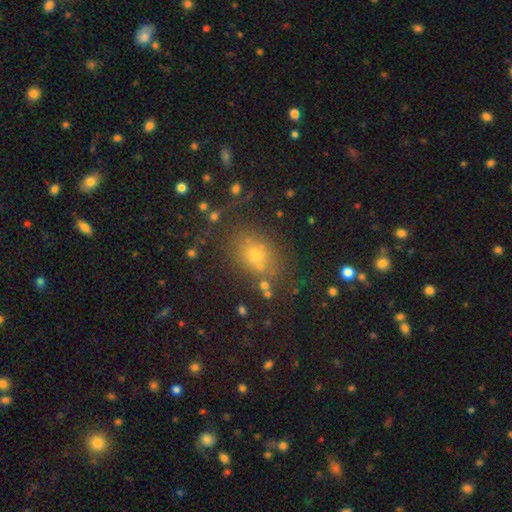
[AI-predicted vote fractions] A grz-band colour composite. It shows a smooth galaxy with no disk features (66%) that is in between round and cigar-shaped (50%). Merging: none (74%).